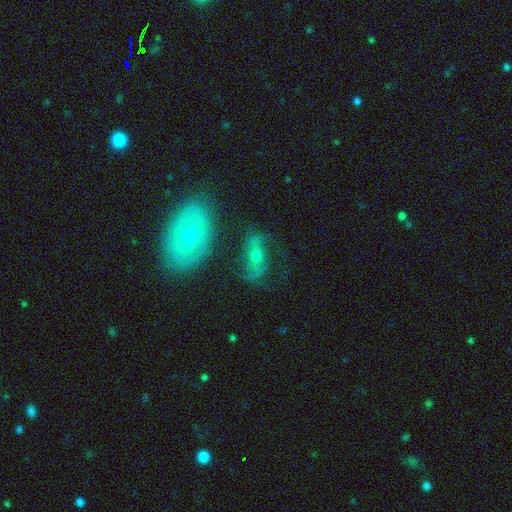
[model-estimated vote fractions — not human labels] featured or disk 58%, smooth 29%, star or artifact 13%. Down the decision tree: edge-on disk — no (84%); merging — none (60%).